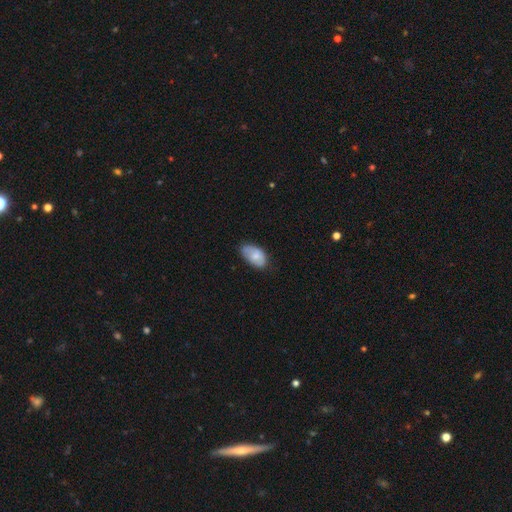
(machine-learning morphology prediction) type=smooth (73%); roundness=in between (94%); merging=none (59%).